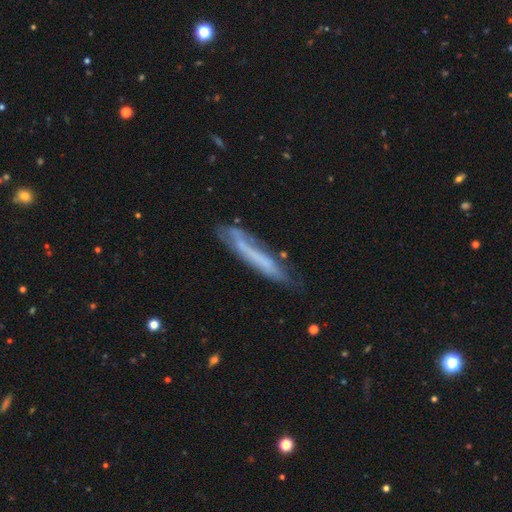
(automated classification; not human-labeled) Smooth or featured?
  - featured or disk: 47% *
  - smooth: 44%
  - star or artifact: 8%
Merging?
  - none: 63% *
  - minor disturbance: 25%
  - major disturbance: 8%
  - merger: 4%